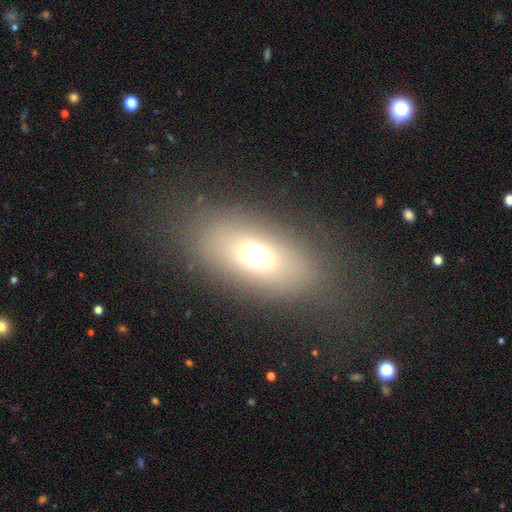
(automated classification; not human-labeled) A smooth galaxy with no disk features (63%) that is in between round and cigar-shaped (80%). Merging: none (78%).